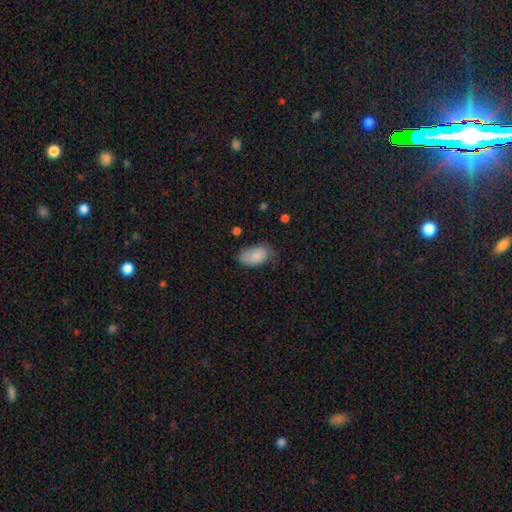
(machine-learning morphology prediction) type=smooth (85%); roundness=in between (93%); merging=none (54%).